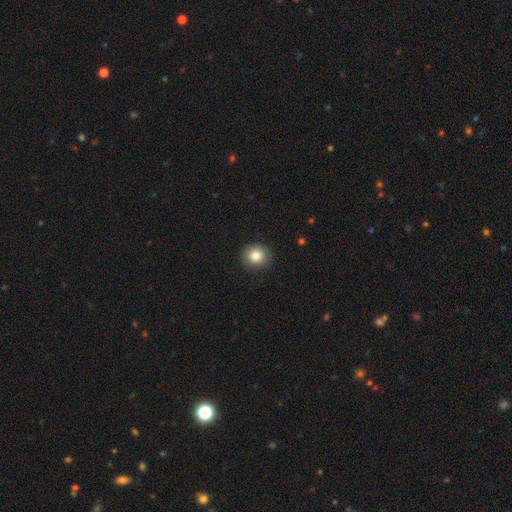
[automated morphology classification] The model was most divided on "smooth or featured": smooth: 84%, star or artifact: 10%, featured or disk: 7%. More confident: merging — none (89%); how rounded — round (87%).